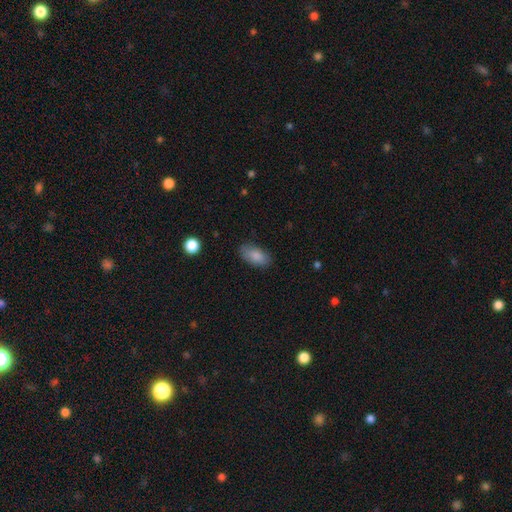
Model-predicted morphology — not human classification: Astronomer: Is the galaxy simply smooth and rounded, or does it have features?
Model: smooth — 85%.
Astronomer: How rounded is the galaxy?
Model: in between — 91%.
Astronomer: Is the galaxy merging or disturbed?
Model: none — 83%.